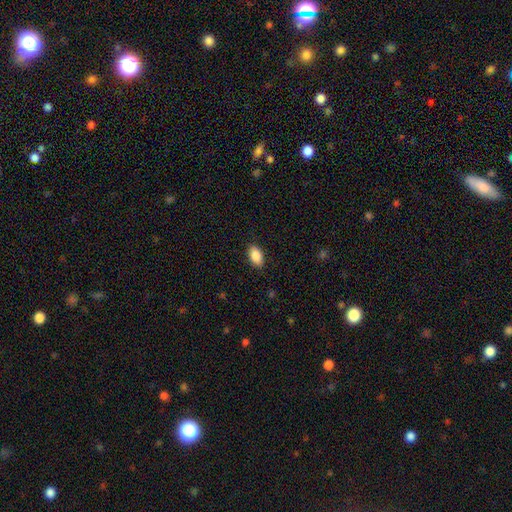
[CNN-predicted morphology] Smooth or featured: smooth — 89% (star or artifact — 7%)
How rounded: in between — 93% (round — 5%)
Merging: none — 88% (minor disturbance — 9%)